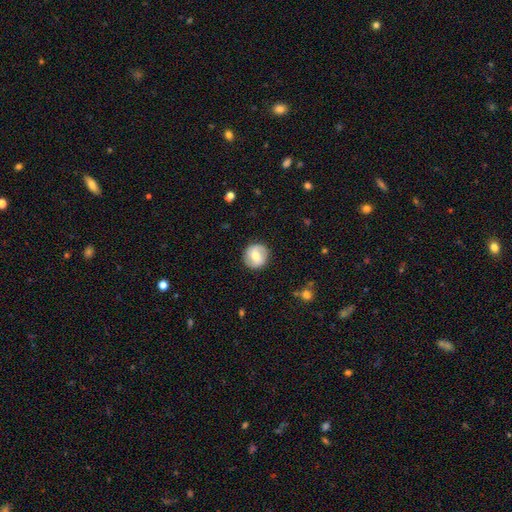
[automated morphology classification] The model was most divided on "smooth or featured": smooth: 53%, featured or disk: 40%, star or artifact: 7%. More confident: how rounded — round (90%); merging — none (88%).